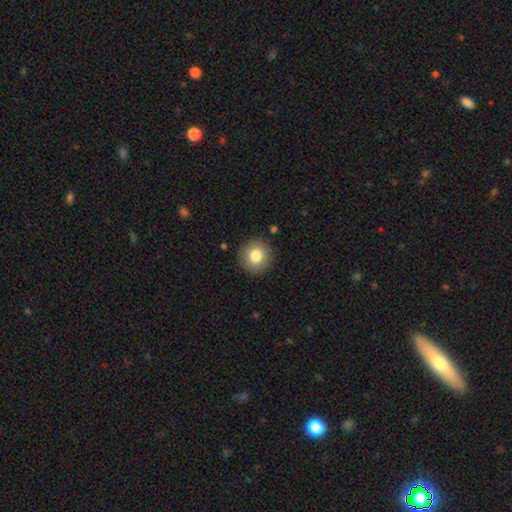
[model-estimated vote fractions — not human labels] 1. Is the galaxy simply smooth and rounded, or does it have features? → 81% smooth, 10% featured or disk, 9% star or artifact.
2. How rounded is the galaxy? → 93% round, 6% in between, 1% cigar-shaped.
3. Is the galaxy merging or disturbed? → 90% none, 7% minor disturbance, 2% major disturbance, 1% merger.